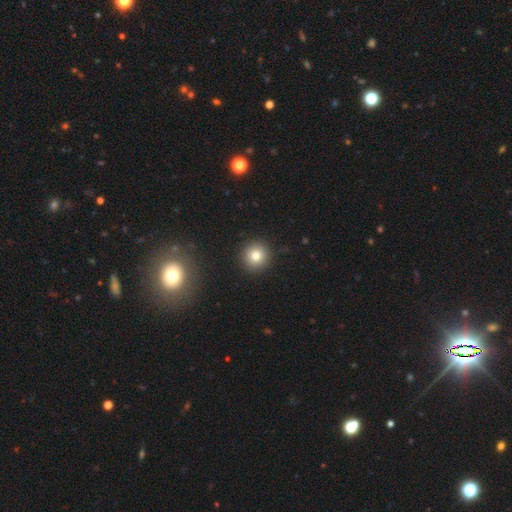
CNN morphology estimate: smooth-or-featured: smooth: 79% | star or artifact: 13% | featured or disk: 8%
  how-rounded: round: 94% | in between: 5% | cigar-shaped: 1%
  merging: none: 92% | minor disturbance: 5% | major disturbance: 2% | merger: 1%